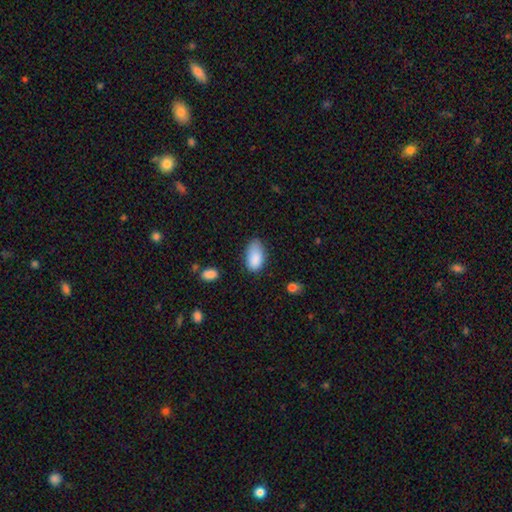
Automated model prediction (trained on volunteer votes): Morphology: type=smooth (87%); roundness=in between (95%); merging=none (59%).